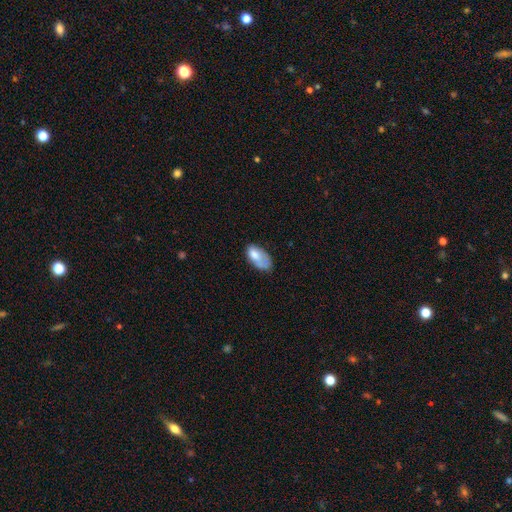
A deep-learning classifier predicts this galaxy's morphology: Overall: smooth (71%). How rounded: in between (93%). Merging: none (37%; minor disturbance 35%).